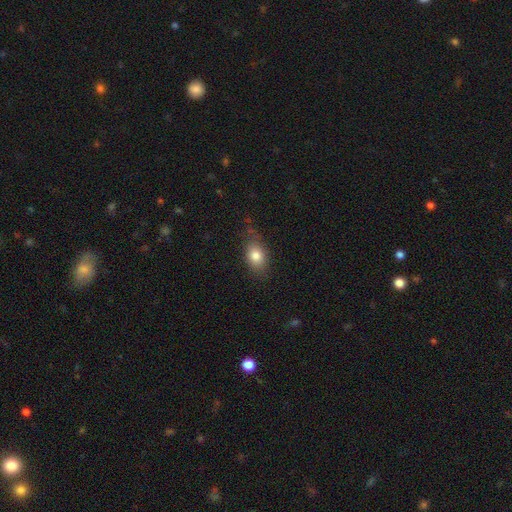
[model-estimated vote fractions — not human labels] Overall: smooth (80%). How rounded: in between (78%). Merging: none (67%).